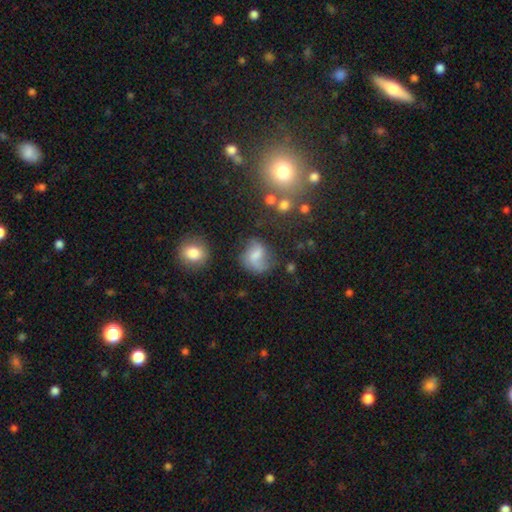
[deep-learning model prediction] Smooth or featured? smooth (52%)
How rounded? round (52%)
Merging? none (45%)